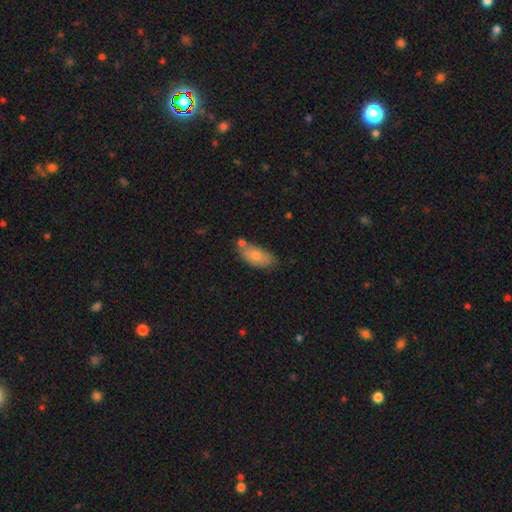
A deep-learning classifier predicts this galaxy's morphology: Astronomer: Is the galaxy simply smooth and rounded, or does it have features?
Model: smooth — 78%.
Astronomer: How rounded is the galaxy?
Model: in between — 90%.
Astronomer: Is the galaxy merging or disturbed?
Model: none — 56%.